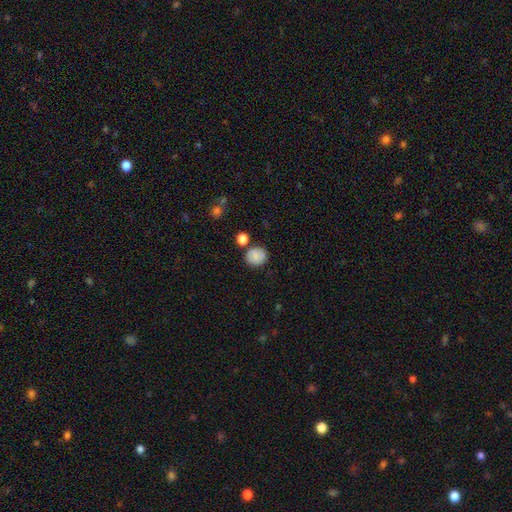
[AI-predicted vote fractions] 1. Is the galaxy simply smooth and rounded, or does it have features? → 83% smooth, 9% star or artifact, 8% featured or disk.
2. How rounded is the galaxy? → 81% round, 19% in between, 1% cigar-shaped.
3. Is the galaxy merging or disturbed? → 78% none, 11% minor disturbance, 7% merger, 3% major disturbance.